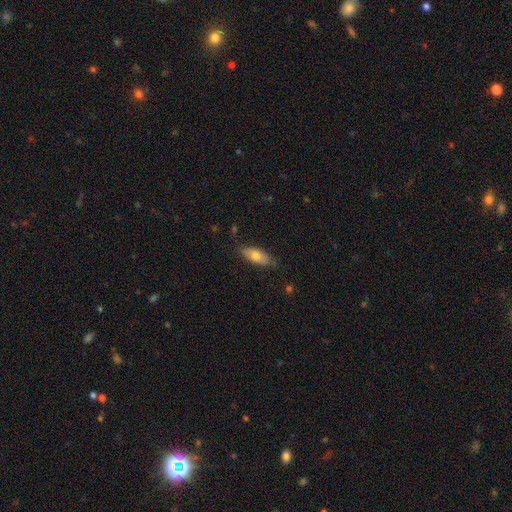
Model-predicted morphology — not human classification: This is likely a smooth galaxy (72%). How rounded: likely in between (75%). Merging: clearly none (80%).